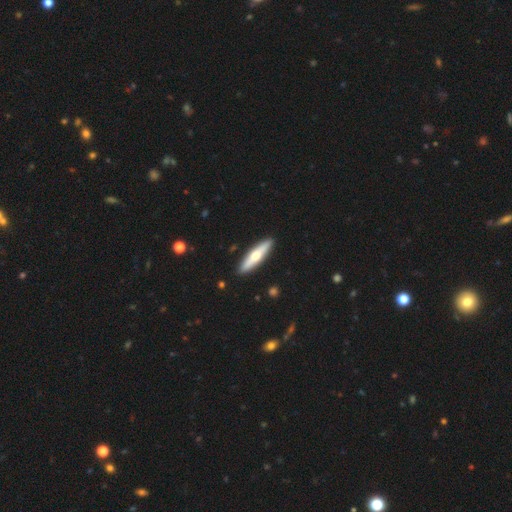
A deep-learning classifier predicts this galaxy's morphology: smooth 48% (tied), featured or disk 48% (tied), star or artifact 5%. Down the decision tree: merging — none (91%).